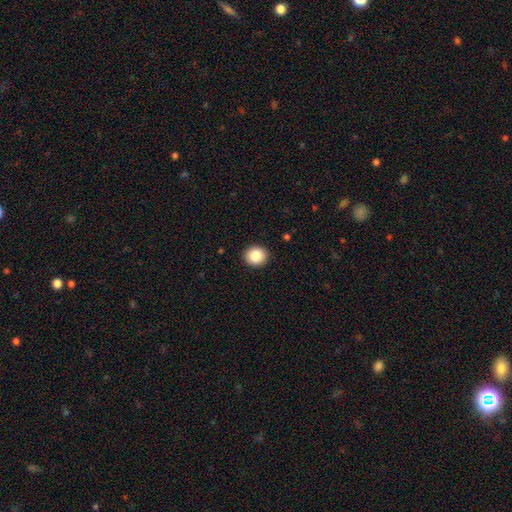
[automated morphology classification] Smooth or featured?
  - smooth: 85% *
  - star or artifact: 9%
  - featured or disk: 6%
How rounded?
  - round: 83% *
  - in between: 16%
  - cigar-shaped: 1%
Merging?
  - none: 92% *
  - minor disturbance: 5%
  - major disturbance: 2%
  - merger: 1%